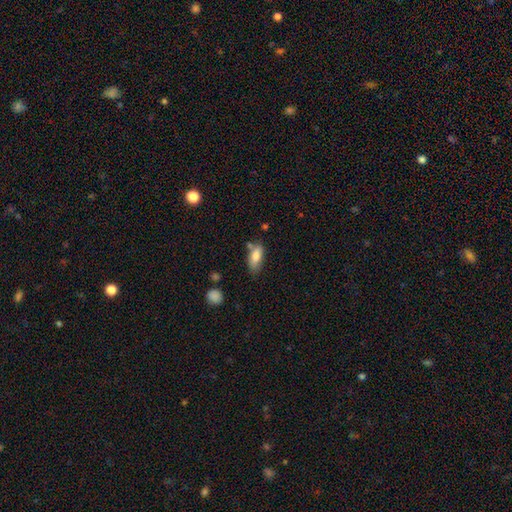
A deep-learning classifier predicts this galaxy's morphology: smooth 79%, featured or disk 14%, star or artifact 7%. Down the decision tree: how rounded — in between (79%); merging — none (56%).